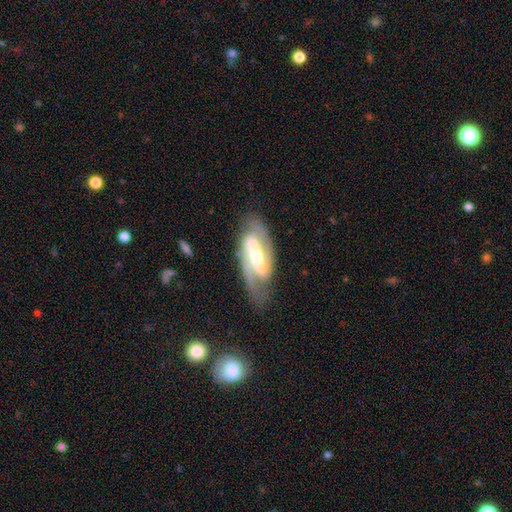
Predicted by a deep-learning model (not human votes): Morphology: type=featured or disk (87%); edge-on=no (95%); bar=strong (56%); spiral arms=yes (96%); winding=medium (51%); arm count=2 (90%); bulge=moderate (44%); merging=none (76%).